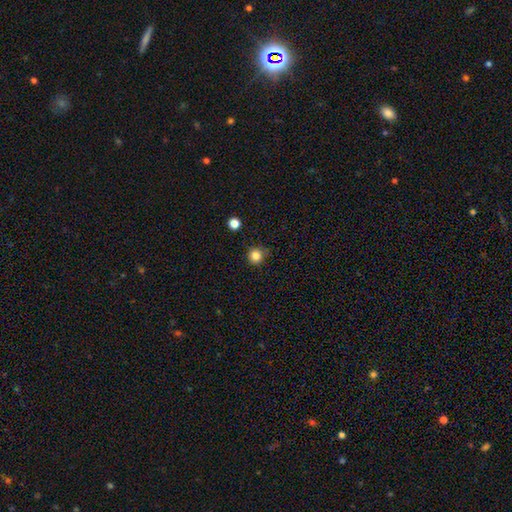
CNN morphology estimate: This is clearly a smooth galaxy (82%). How rounded: clearly round (93%). Merging: clearly none (81%).